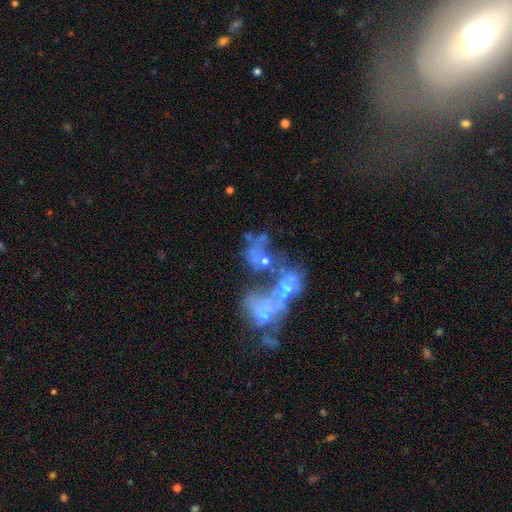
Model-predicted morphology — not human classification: Smooth or featured?
  - featured or disk: 52% *
  - star or artifact: 24%
  - smooth: 24%
Edge-on disk?
  - no: 97% *
  - yes: 3%
Bar?
  - no: 90% *
  - weak: 7%
  - strong: 3%
Spiral arms?
  - no: 88% *
  - yes: 12%
Bulge size?
  - none: 63% *
  - small: 19%
  - moderate: 14%
  - large: 3%
  - dominant: 2%
Merging?
  - merger: 62% *
  - major disturbance: 20%
  - none: 12%
  - minor disturbance: 6%